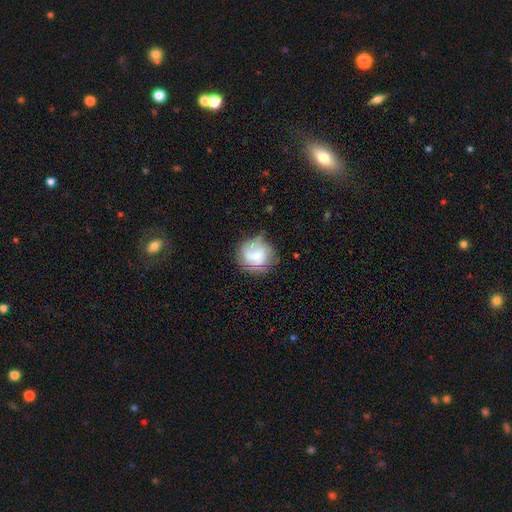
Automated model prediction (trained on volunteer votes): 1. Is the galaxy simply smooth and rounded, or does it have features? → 56% smooth, 36% featured or disk, 8% star or artifact.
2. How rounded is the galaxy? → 88% round, 11% in between, 1% cigar-shaped.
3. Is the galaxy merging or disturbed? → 69% none, 20% minor disturbance, 8% major disturbance, 3% merger.